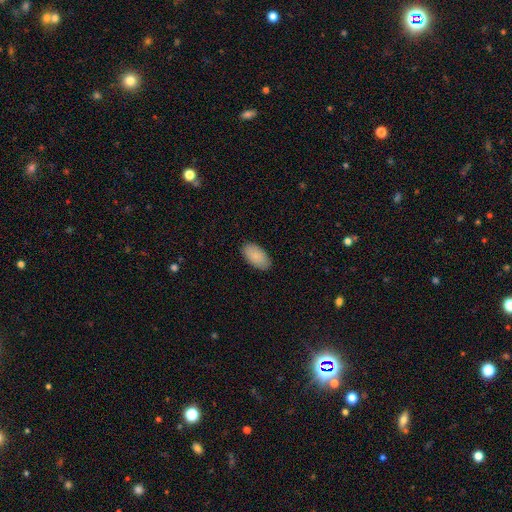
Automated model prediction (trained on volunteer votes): Q: Smooth or featured?
A: smooth (88%); runner-up: star or artifact (6%)
Q: How rounded?
A: in between (96%); runner-up: round (2%)
Q: Merging?
A: none (88%); runner-up: minor disturbance (9%)